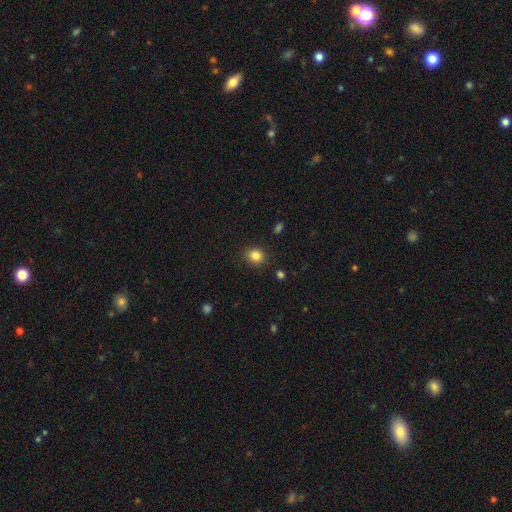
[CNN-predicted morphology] Overall: smooth (84%). How rounded: round (70%). Merging: none (88%).